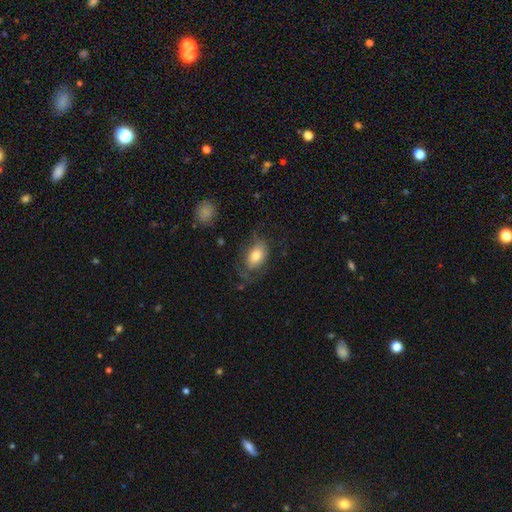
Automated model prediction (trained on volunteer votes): Smooth or featured: smooth — 71% (featured or disk — 22%)
How rounded: in between — 87% (round — 12%)
Merging: none — 52% (minor disturbance — 25%)